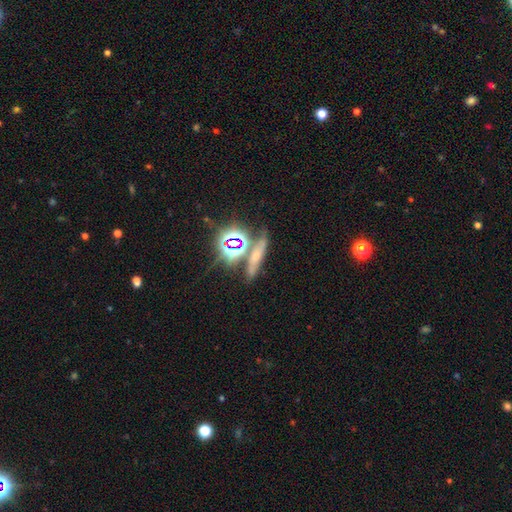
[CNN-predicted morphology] A smooth galaxy with no disk features (41%). Merging: none (64%).